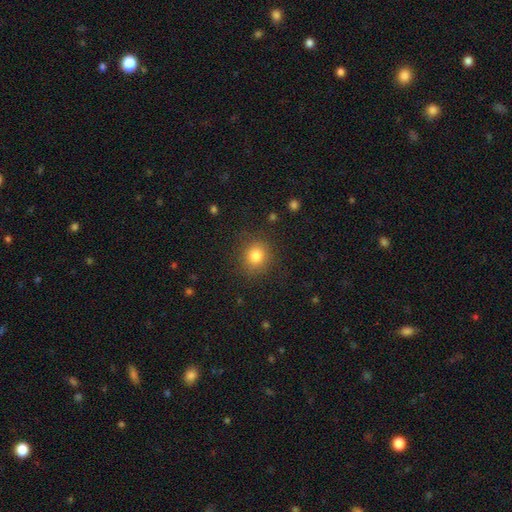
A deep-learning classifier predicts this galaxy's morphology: The model was most divided on "how rounded": round: 81%, in between: 19%, cigar-shaped: 1%. More confident: merging — none (85%); smooth or featured — smooth (82%).